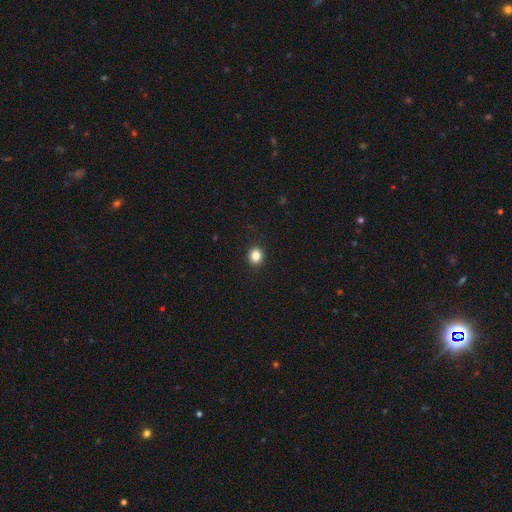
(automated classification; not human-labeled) A smooth galaxy with no disk features (85%) that is round (77%).

Vote fractions:
- Smooth or featured? smooth: 85% / star or artifact: 11% / featured or disk: 4%
- How rounded? round: 77% / in between: 22% / cigar-shaped: 1%
- Merging? none: 92% / minor disturbance: 5% / major disturbance: 2% / merger: 1%